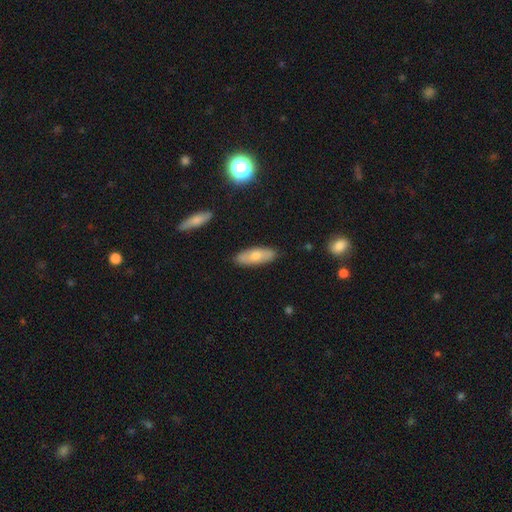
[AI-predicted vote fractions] Smooth or featured? smooth (65%)
How rounded? in between (71%)
Merging? none (87%)